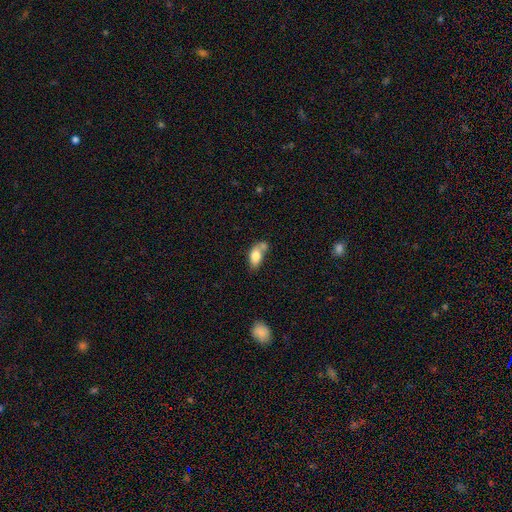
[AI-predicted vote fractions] Smooth or featured: smooth — 75% (featured or disk — 17%)
How rounded: in between — 86% (round — 8%)
Merging: merger — 35% (none — 32%)